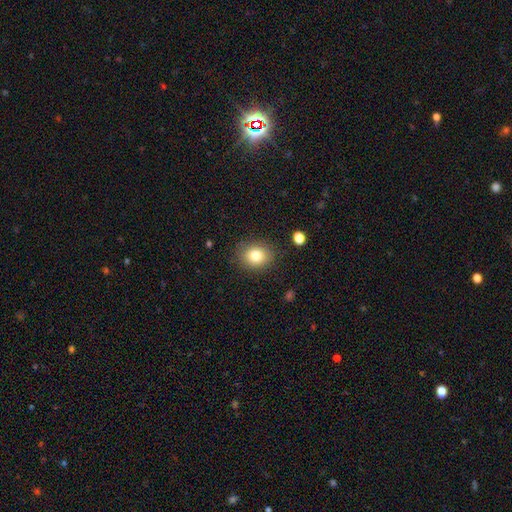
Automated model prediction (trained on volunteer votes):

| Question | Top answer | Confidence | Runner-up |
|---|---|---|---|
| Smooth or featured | smooth | 81% | star or artifact (10%) |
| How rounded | round | 58% | in between (41%) |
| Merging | none | 85% | minor disturbance (10%) |